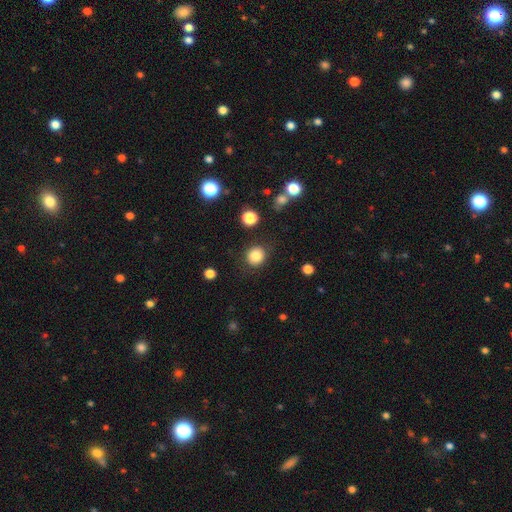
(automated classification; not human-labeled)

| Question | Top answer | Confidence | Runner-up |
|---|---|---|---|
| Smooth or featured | smooth | 84% | star or artifact (11%) |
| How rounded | round | 88% | in between (12%) |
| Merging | none | 86% | minor disturbance (9%) |